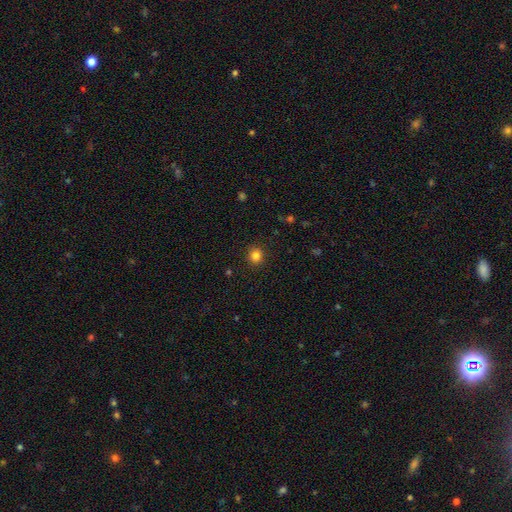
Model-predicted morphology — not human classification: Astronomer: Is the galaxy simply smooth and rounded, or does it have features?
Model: smooth — 83%.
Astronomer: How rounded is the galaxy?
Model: round — 87%.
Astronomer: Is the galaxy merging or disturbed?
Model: none — 91%.